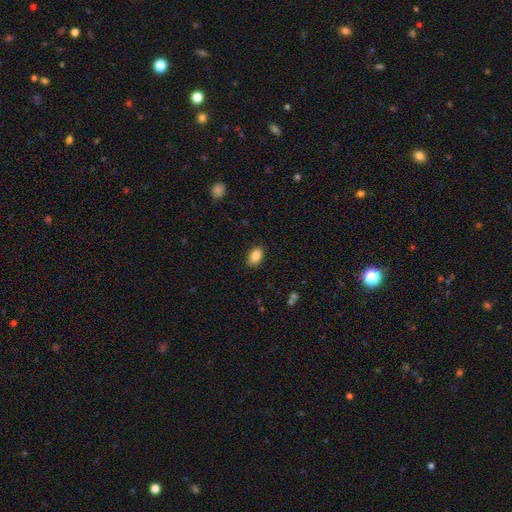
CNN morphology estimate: The model was most divided on "merging": none: 87%, minor disturbance: 10%, major disturbance: 2%, merger: 1%. More confident: how rounded — in between (88%); smooth or featured — smooth (87%).